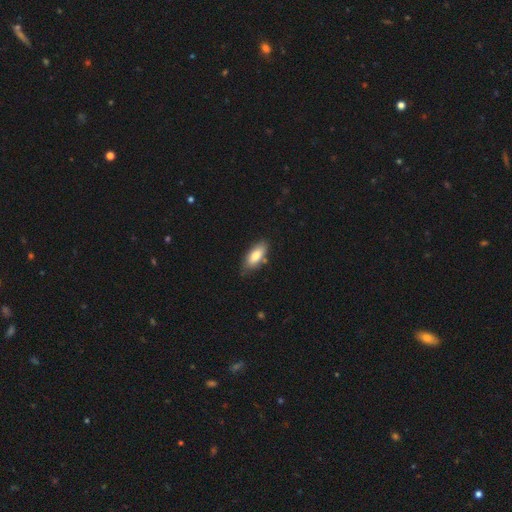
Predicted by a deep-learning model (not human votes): Smooth or featured: smooth — 79% (featured or disk — 14%)
How rounded: in between — 83% (cigar-shaped — 14%)
Merging: none — 75% (minor disturbance — 19%)